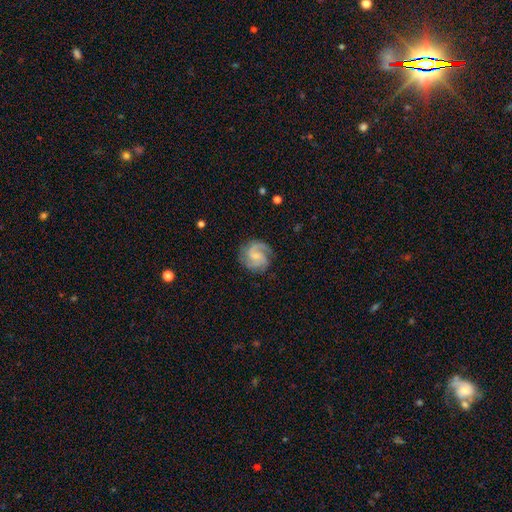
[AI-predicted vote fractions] smooth-or-featured: featured or disk: 82% | smooth: 12% | star or artifact: 5%
  disk-edge-on: no: 98% | yes: 2%
    bar: weak: 47% | no: 45% | strong: 8%
    has-spiral-arms: yes: 97% | no: 3%
      spiral-winding: medium: 49% | tight: 33% | loose: 18%
      spiral-arm-count: 2: 59% | 3: 18% | can't tell: 10% | 1: 8% | 4: 3% | more than 4: 3%
    bulge-size: small: 55% | none: 22% | moderate: 21% | large: 2% | dominant: 1%
  merging: none: 75% | minor disturbance: 16% | major disturbance: 7% | merger: 1%